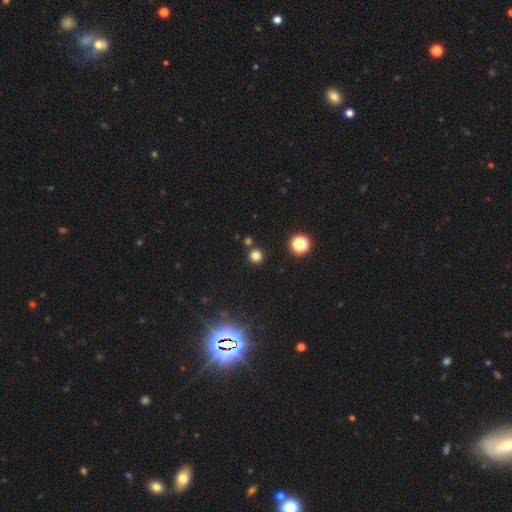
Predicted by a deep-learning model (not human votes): This is likely a smooth galaxy (78%). How rounded: clearly round (94%). Merging: clearly none (85%).